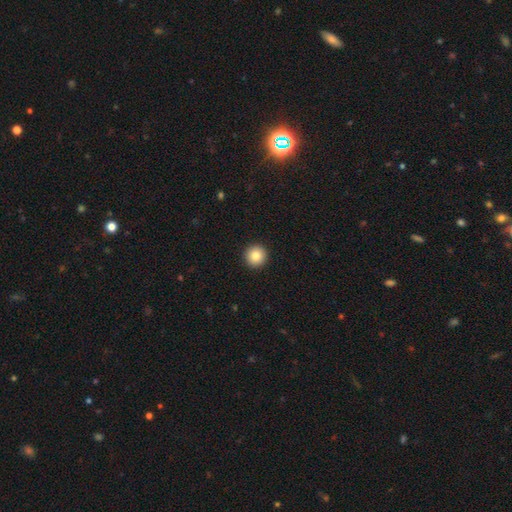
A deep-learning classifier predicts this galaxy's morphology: Q: Smooth or featured?
A: smooth (85%); runner-up: star or artifact (9%)
Q: How rounded?
A: round (96%); runner-up: in between (3%)
Q: Merging?
A: none (94%); runner-up: minor disturbance (4%)